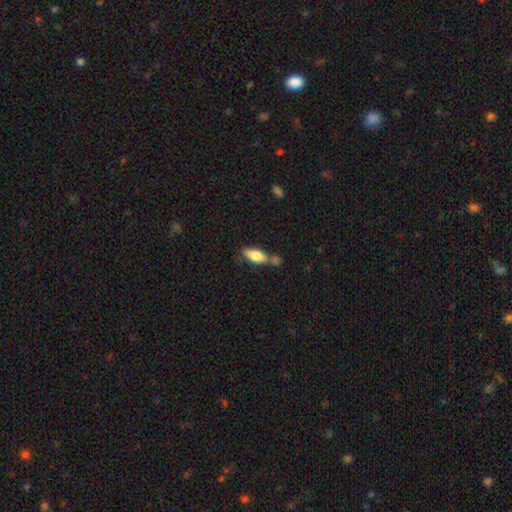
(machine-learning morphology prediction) Overall: smooth (73%). How rounded: in between (72%). Merging: none (48%; merger 27%).